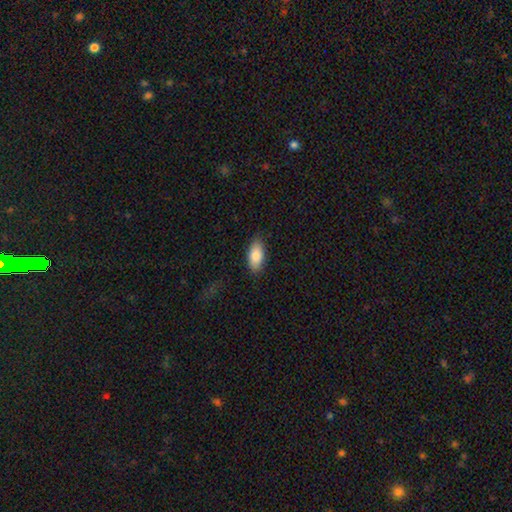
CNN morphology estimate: A smooth galaxy with no disk features (84%) that is in between round and cigar-shaped (91%). Merging: none (86%).